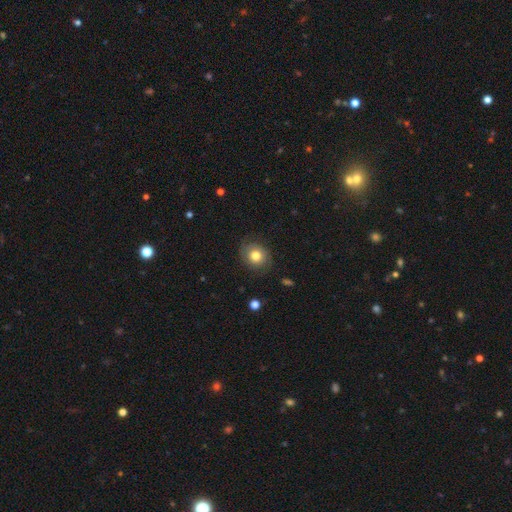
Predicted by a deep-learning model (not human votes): Q: Smooth or featured?
A: smooth (71%); runner-up: featured or disk (19%)
Q: How rounded?
A: round (69%); runner-up: in between (30%)
Q: Merging?
A: none (79%); runner-up: minor disturbance (15%)